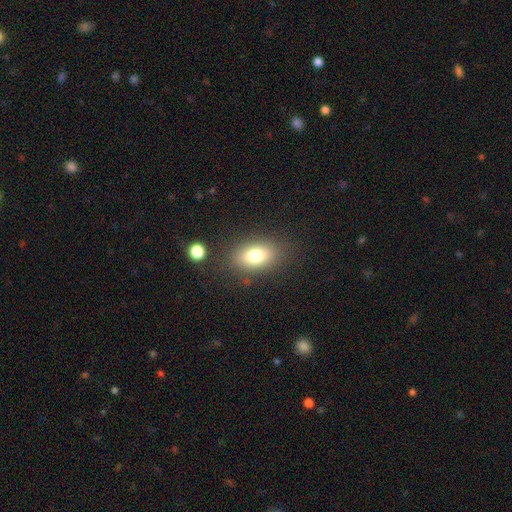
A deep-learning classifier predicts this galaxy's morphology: The model was most divided on "smooth or featured": smooth: 76%, featured or disk: 13%, star or artifact: 11%. More confident: merging — none (84%); how rounded — in between (84%).